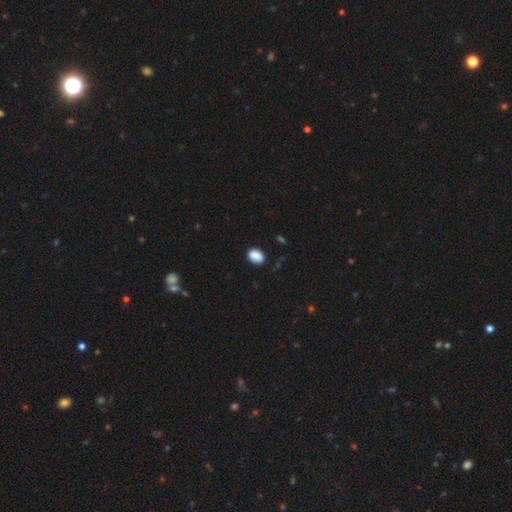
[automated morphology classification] Overall: smooth (88%). How rounded: in between (73%). Merging: none (83%).